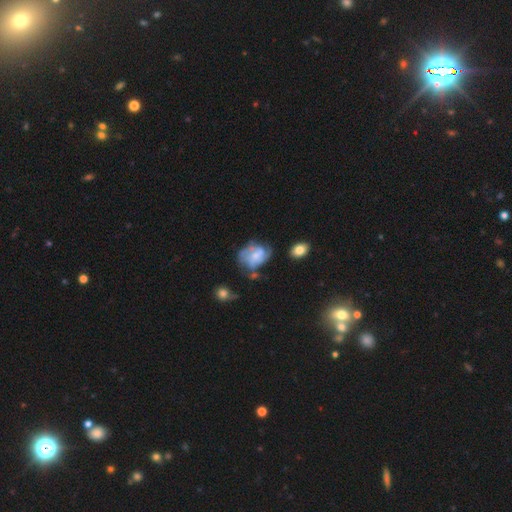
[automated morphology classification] This appears to be a featured or disk galaxy (68%) with no bar (55%), medium (43%) spiral arms (80%) and a small central bulge (48%). Merging: none (45%).